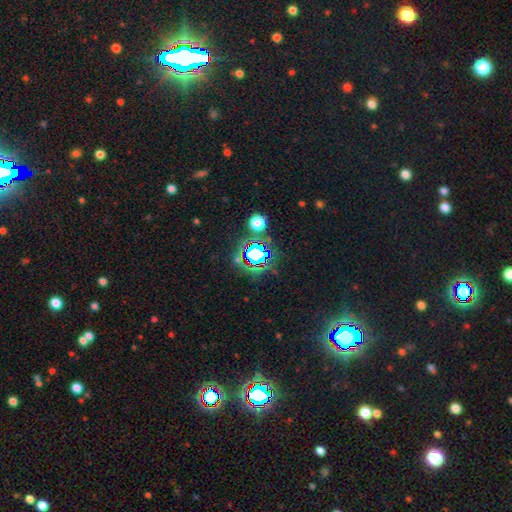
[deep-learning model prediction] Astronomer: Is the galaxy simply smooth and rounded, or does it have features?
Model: star or artifact — 68%.